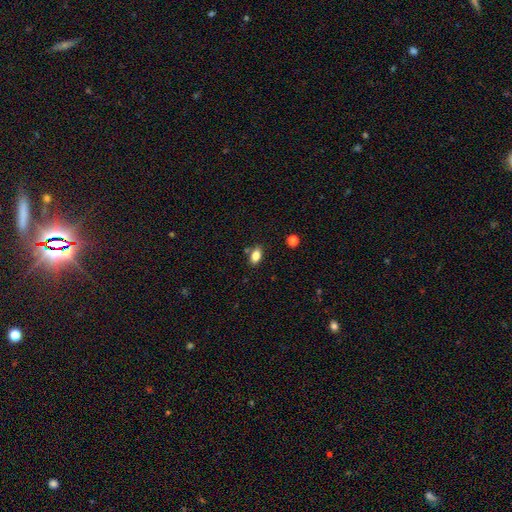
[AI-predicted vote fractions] The model was most divided on "merging": none: 79%, minor disturbance: 12%, merger: 7%, major disturbance: 3%. More confident: how rounded — in between (88%); smooth or featured — smooth (84%).